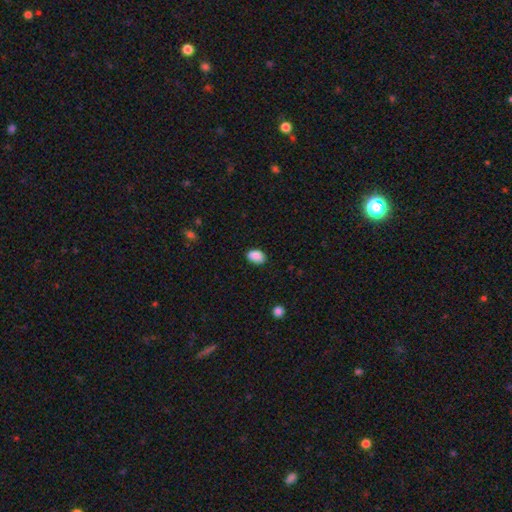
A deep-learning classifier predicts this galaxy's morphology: Q: Smooth or featured?
A: smooth (89%); runner-up: star or artifact (8%)
Q: How rounded?
A: in between (84%); runner-up: round (15%)
Q: Merging?
A: none (84%); runner-up: minor disturbance (13%)